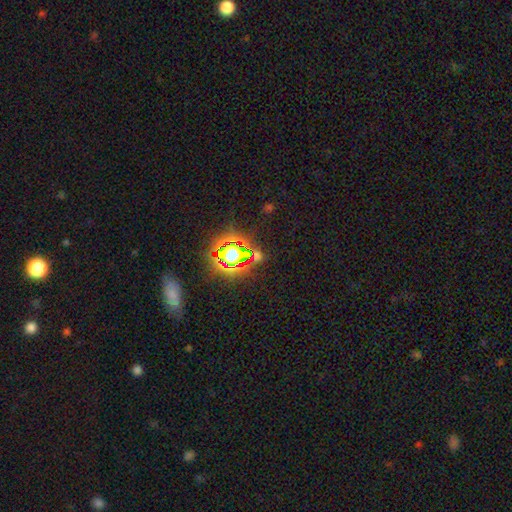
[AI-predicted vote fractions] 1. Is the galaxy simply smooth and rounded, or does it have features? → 72% star or artifact, 20% smooth, 9% featured or disk.